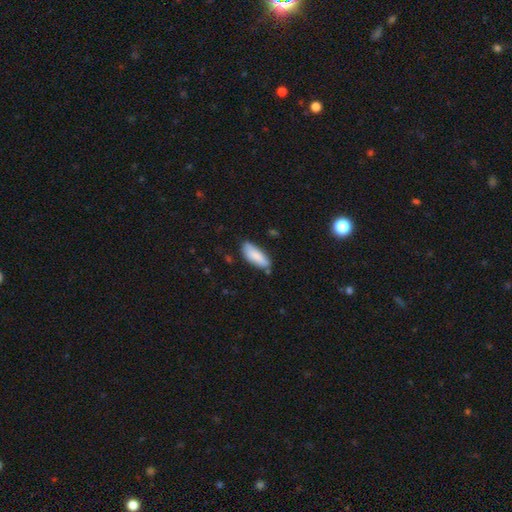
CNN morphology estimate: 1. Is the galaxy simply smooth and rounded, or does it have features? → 84% smooth, 10% featured or disk, 6% star or artifact.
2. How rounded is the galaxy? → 71% in between, 27% cigar-shaped, 2% round.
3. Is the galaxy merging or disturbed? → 70% none, 22% minor disturbance, 4% major disturbance, 3% merger.